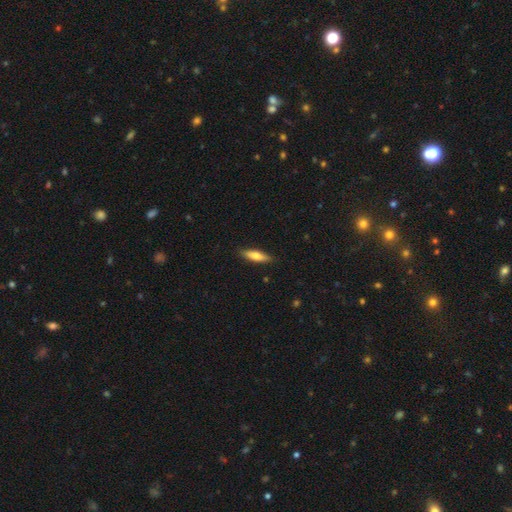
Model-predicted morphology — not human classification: Q: Smooth or featured?
A: smooth (65%); runner-up: featured or disk (29%)
Q: How rounded?
A: cigar-shaped (65%); runner-up: in between (33%)
Q: Merging?
A: none (87%); runner-up: minor disturbance (10%)